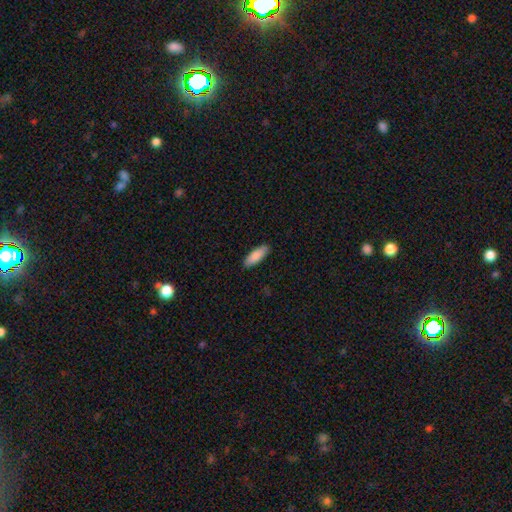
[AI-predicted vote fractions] A smooth galaxy with no disk features (89%) that is in between round and cigar-shaped (61%).

Vote fractions:
- Smooth or featured? smooth: 89% / featured or disk: 6% / star or artifact: 5%
- How rounded? in between: 61% / cigar-shaped: 38% / round: 2%
- Merging? none: 90% / minor disturbance: 7% / major disturbance: 2% / merger: 1%